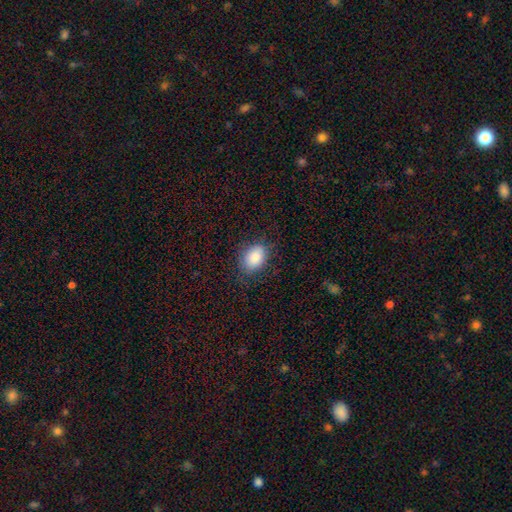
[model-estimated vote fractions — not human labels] The model was most divided on "how rounded": in between: 79%, round: 20%, cigar-shaped: 1%. More confident: smooth or featured — smooth (86%); merging — none (79%).